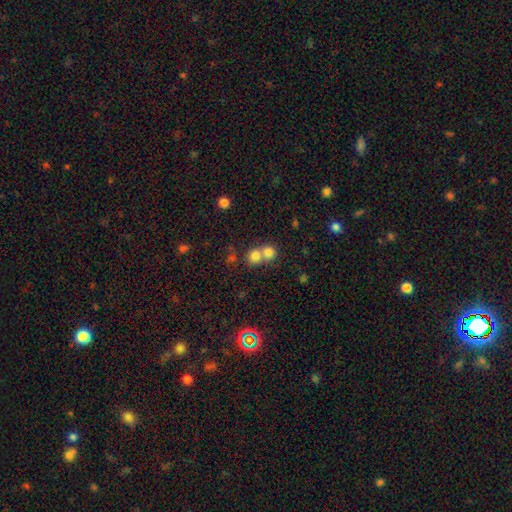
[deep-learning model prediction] The model was most divided on "merging": merger: 56%, none: 37%, minor disturbance: 5%, major disturbance: 2%. More confident: how rounded — round (82%); smooth or featured — smooth (77%).